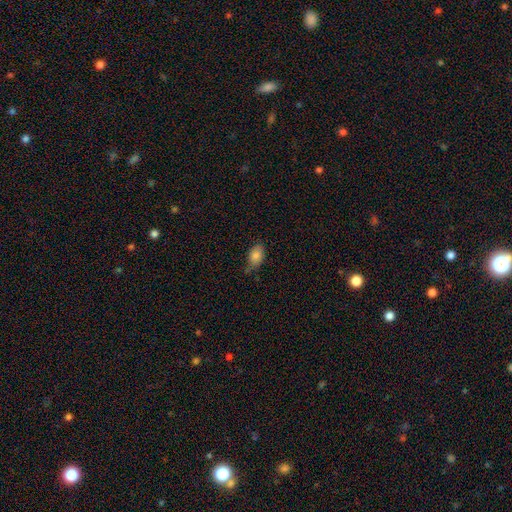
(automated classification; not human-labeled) This is clearly a smooth galaxy (85%). How rounded: clearly in between (89%). Merging: likely none (64%).